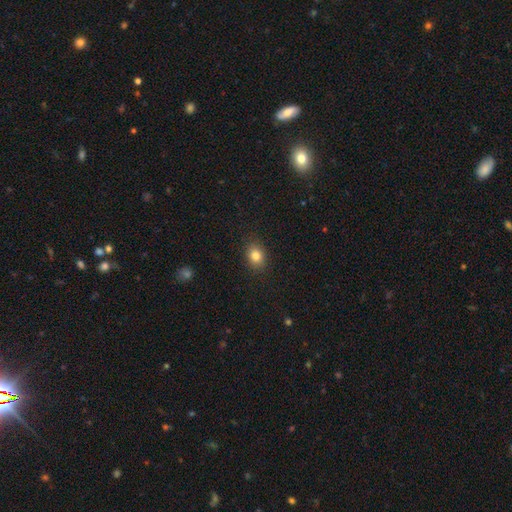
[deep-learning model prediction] Morphology: type=smooth (83%); roundness=in between (59%); merging=none (88%).